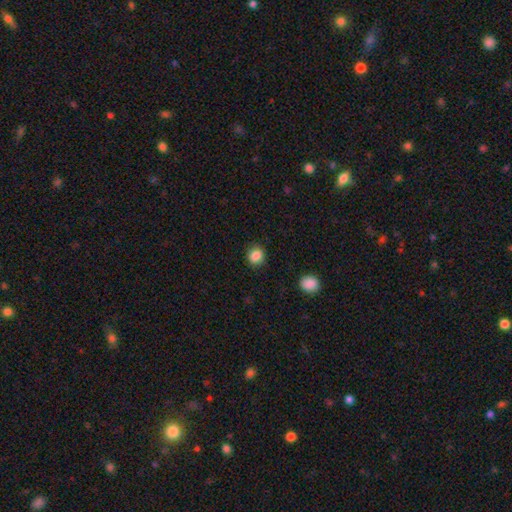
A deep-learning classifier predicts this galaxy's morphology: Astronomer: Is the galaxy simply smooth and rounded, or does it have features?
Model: smooth — 86%.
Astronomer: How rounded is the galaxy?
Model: round — 80%.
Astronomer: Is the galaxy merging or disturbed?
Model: none — 88%.